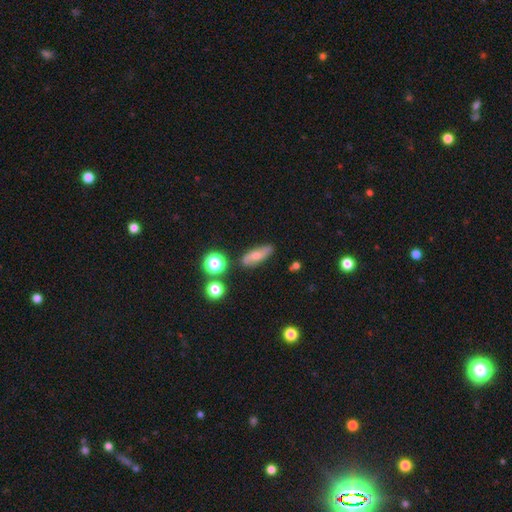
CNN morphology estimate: A smooth galaxy with no disk features (58%) that is in between round and cigar-shaped (57%).

Vote fractions:
- Smooth or featured? smooth: 58% / featured or disk: 31% / star or artifact: 10%
- How rounded? in between: 57% / cigar-shaped: 35% / round: 8%
- Merging? none: 77% / minor disturbance: 16% / merger: 4% / major disturbance: 4%